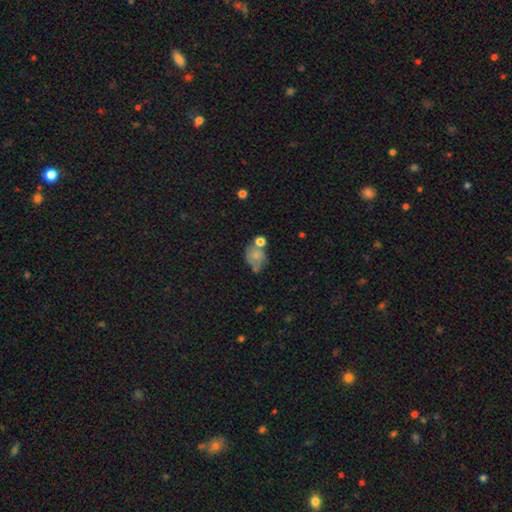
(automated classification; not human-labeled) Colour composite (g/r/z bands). It shows a smooth galaxy with no disk features (59%) that is in between round and cigar-shaped (62%). Merging: none (32%).